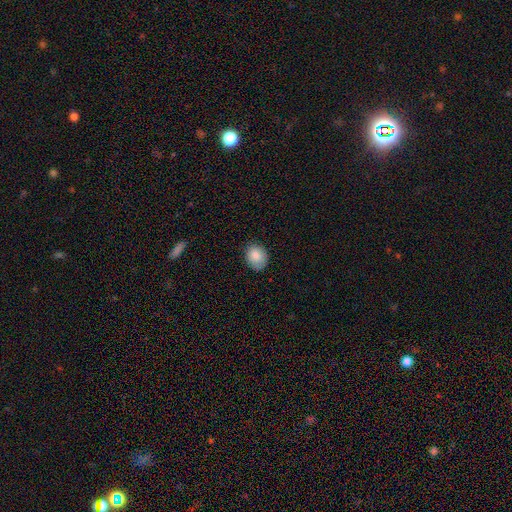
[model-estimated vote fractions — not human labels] Smooth or featured?
  - smooth: 85% *
  - star or artifact: 8%
  - featured or disk: 8%
How rounded?
  - in between: 52% *
  - round: 47%
  - cigar-shaped: 1%
Merging?
  - none: 79% *
  - minor disturbance: 17%
  - major disturbance: 3%
  - merger: 1%